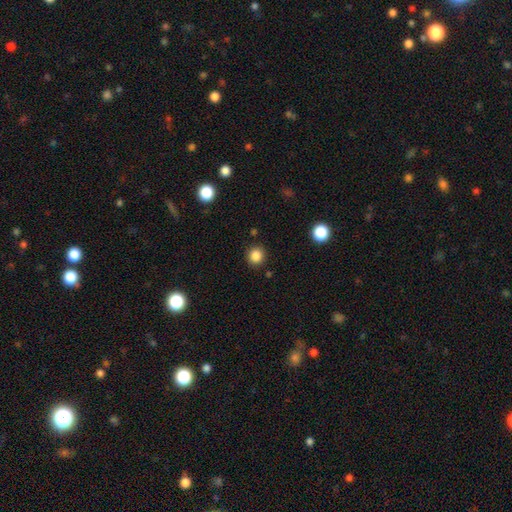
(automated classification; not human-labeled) This appears to be a smooth galaxy with no disk features (85%) that is round (91%). Merging: none (89%).